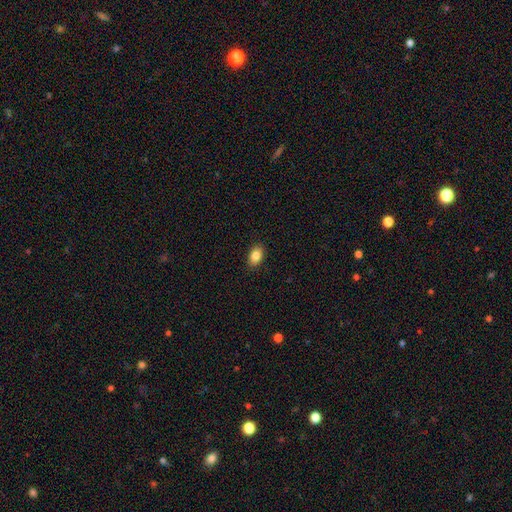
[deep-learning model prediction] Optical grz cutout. It shows a smooth galaxy with no disk features (85%) that is in between round and cigar-shaped (88%). Merging: none (90%).